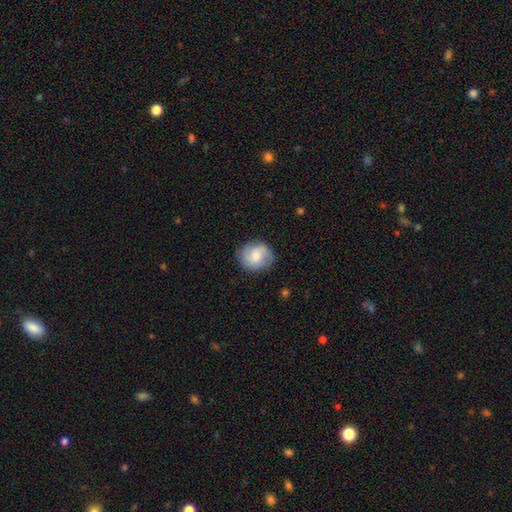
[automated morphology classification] type=smooth (64%); roundness=round (75%); merging=none (80%).